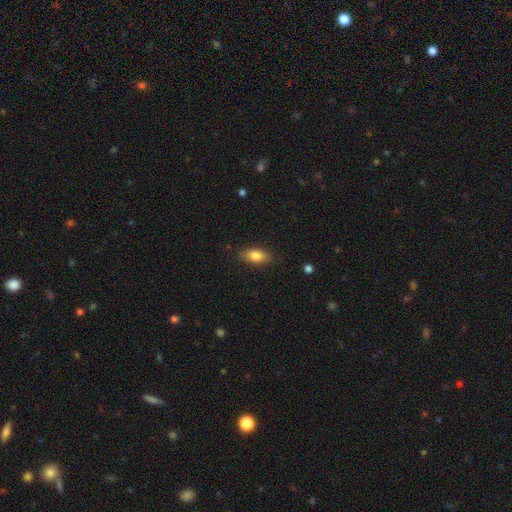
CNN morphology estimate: Smooth or featured? smooth (82%)
How rounded? in between (84%)
Merging? none (85%)